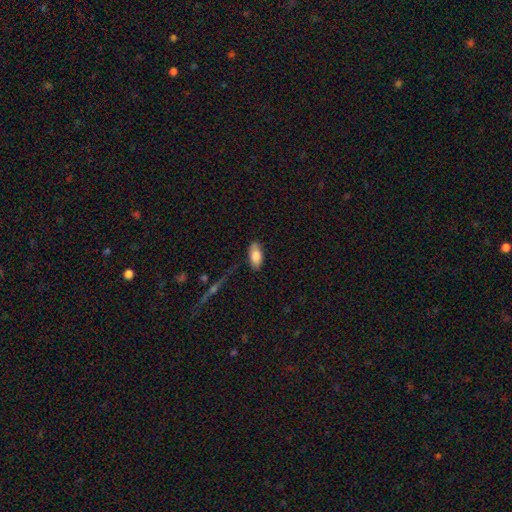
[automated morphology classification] Smooth or featured: smooth — 82% (featured or disk — 12%)
How rounded: in between — 90% (cigar-shaped — 7%)
Merging: none — 81% (minor disturbance — 14%)